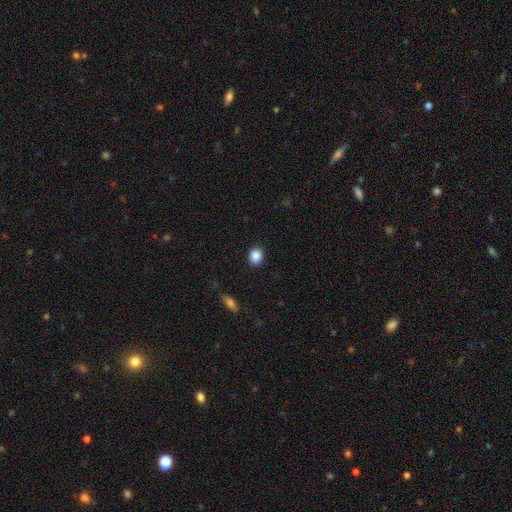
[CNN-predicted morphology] The model was most divided on "how rounded": round: 55%, in between: 44%, cigar-shaped: 1%. More confident: merging — none (90%); smooth or featured — smooth (87%).